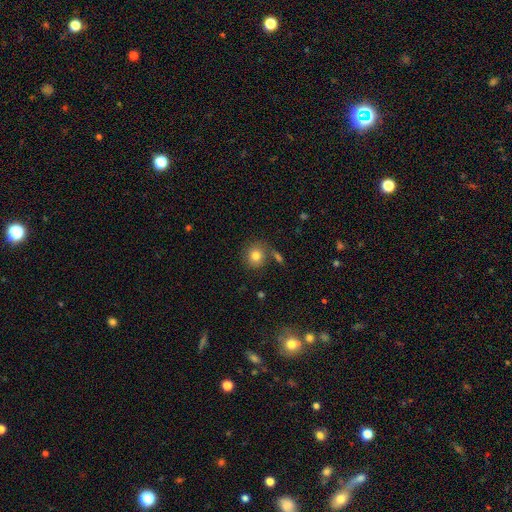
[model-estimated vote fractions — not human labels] Smooth or featured: smooth — 80% (star or artifact — 10%)
How rounded: round — 88% (in between — 11%)
Merging: none — 72% (minor disturbance — 12%)